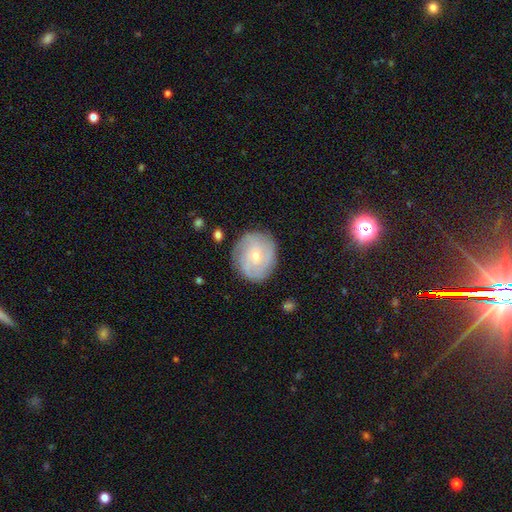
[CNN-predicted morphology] This is likely a featured or disk galaxy (66%). It is clearly not viewed edge-on (97%). Bar: likely no (73%). Spiral arm pattern: clearly yes (85%). Spiral arm count: marginally can't tell (41%). Spiral winding: likely tight (63%). Central bulge: likely small (63%). Merging: clearly none (81%).